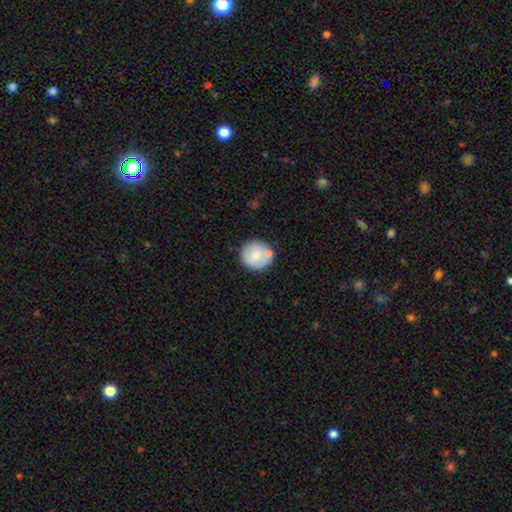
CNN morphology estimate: This is likely a smooth galaxy (73%). How rounded: clearly round (90%). Merging: likely none (68%).